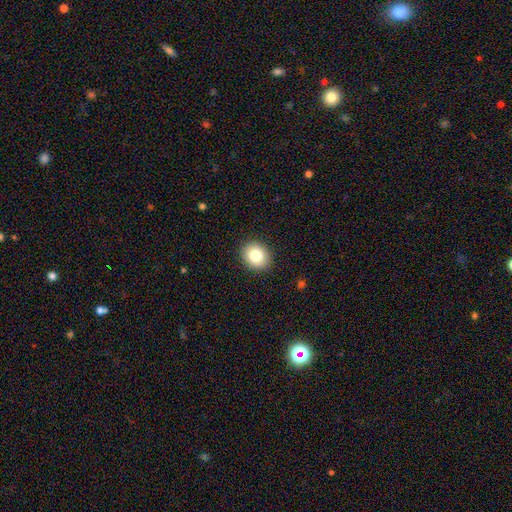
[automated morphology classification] Overall: smooth (81%). How rounded: round (64%; in between 36%). Merging: none (90%).